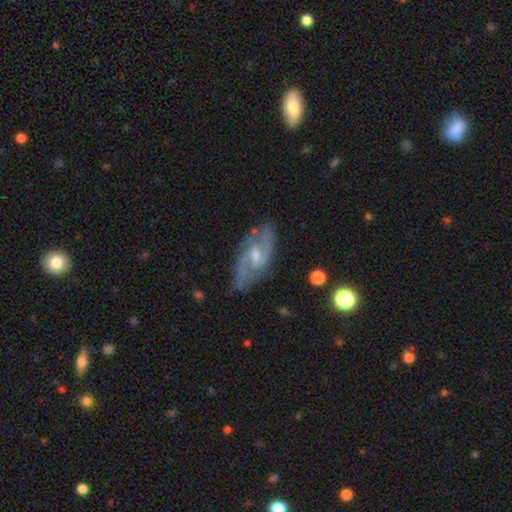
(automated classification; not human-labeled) Smooth or featured?
  - featured or disk: 84% *
  - smooth: 10%
  - star or artifact: 6%
Edge-on disk?
  - no: 94% *
  - yes: 6%
Bar?
  - weak: 57% *
  - no: 31%
  - strong: 12%
Spiral arms?
  - yes: 95% *
  - no: 5%
Spiral winding?
  - medium: 53% *
  - tight: 25%
  - loose: 22%
Spiral arm count?
  - 2: 81% *
  - can't tell: 9%
  - 3: 5%
  - 1: 2%
  - 4: 2%
  - more than 4: 2%
Bulge size?
  - small: 48% *
  - moderate: 43%
  - none: 6%
  - large: 2%
  - dominant: 1%
Merging?
  - none: 77% *
  - minor disturbance: 17%
  - major disturbance: 5%
  - merger: 2%